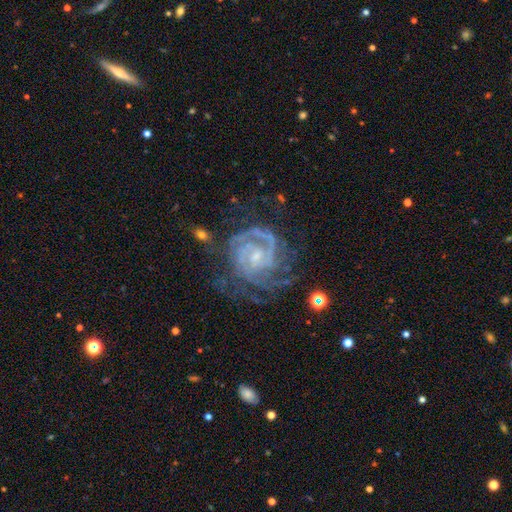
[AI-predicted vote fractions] Morphology: type=featured or disk (89%); edge-on=no (98%); bar=no (45%); spiral arms=yes (97%); winding=tight (66%); arm count=2 (32%); bulge=small (66%); merging=none (61%).